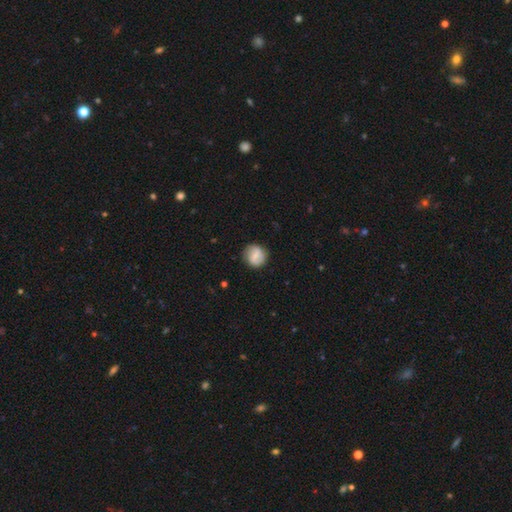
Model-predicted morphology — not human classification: A smooth galaxy with no disk features (57%) that is round (89%). Merging: none (84%).